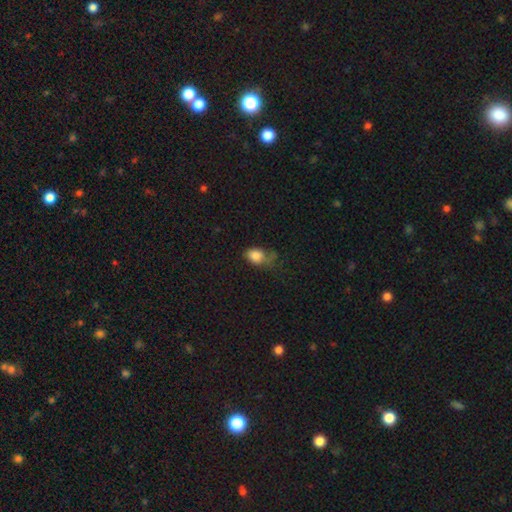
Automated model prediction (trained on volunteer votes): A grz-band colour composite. It shows a smooth galaxy with no disk features (82%) that is in between round and cigar-shaped (70%). Merging: minor disturbance (34%).